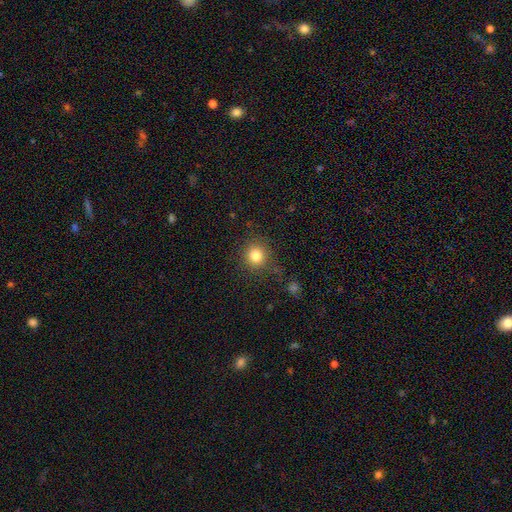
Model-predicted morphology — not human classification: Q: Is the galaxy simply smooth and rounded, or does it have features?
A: smooth — 81%.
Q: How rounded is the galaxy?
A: round — 90%.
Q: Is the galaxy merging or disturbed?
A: none — 82%.